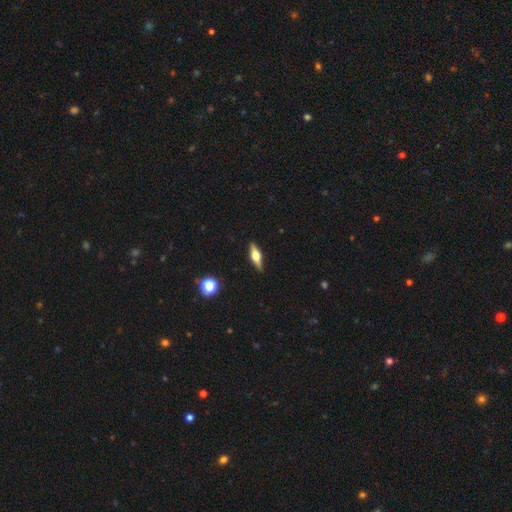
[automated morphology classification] This appears to be a featured or disk galaxy (61%) viewed edge-on (95%) with a rounded central bulge (93%). Merging: none (88%).